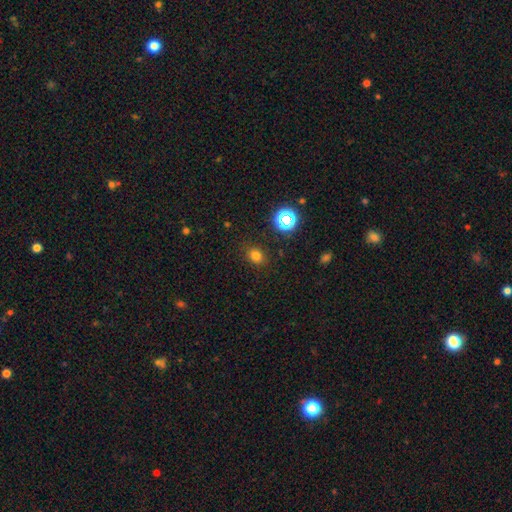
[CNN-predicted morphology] Smooth or featured: smooth — 76% (star or artifact — 18%)
How rounded: round — 56% (in between — 43%)
Merging: none — 86% (minor disturbance — 10%)